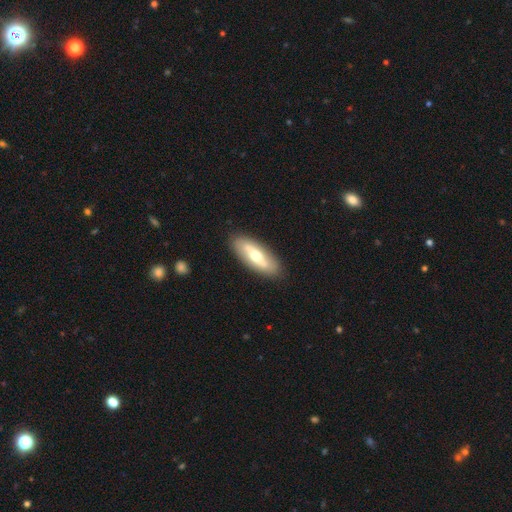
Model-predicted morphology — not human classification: type=featured or disk (49%); merging=none (87%).